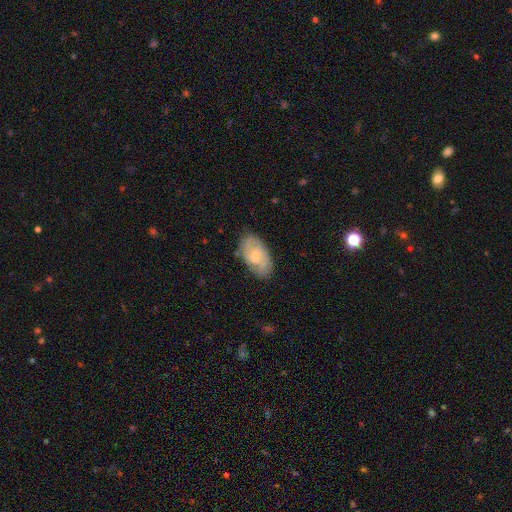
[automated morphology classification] A featured or disk galaxy (54%) with no bar (62%), spiral arms (76%) and a small central bulge (54%). Merging: none (75%).